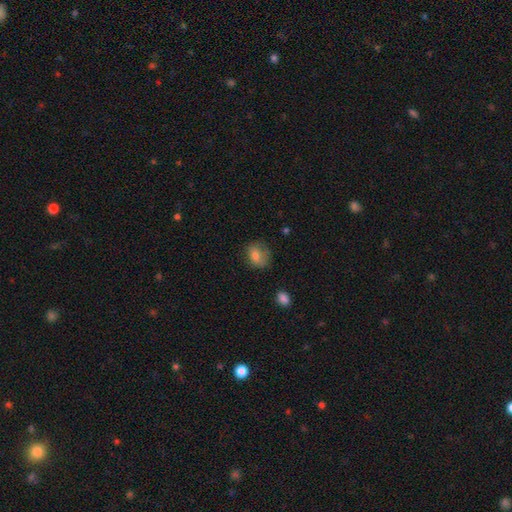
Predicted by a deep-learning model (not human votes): A smooth galaxy with no disk features (76%) that is round (54%).

Vote fractions:
- Smooth or featured? smooth: 76% / featured or disk: 15% / star or artifact: 10%
- How rounded? round: 54% / in between: 45% / cigar-shaped: 1%
- Merging? none: 60% / minor disturbance: 27% / major disturbance: 11% / merger: 2%